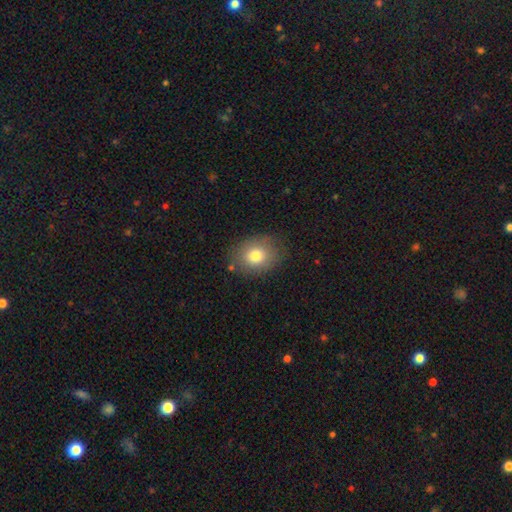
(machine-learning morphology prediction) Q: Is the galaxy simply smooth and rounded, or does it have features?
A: smooth — 78%.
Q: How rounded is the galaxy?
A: in between — 53%.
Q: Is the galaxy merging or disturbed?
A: none — 81%.